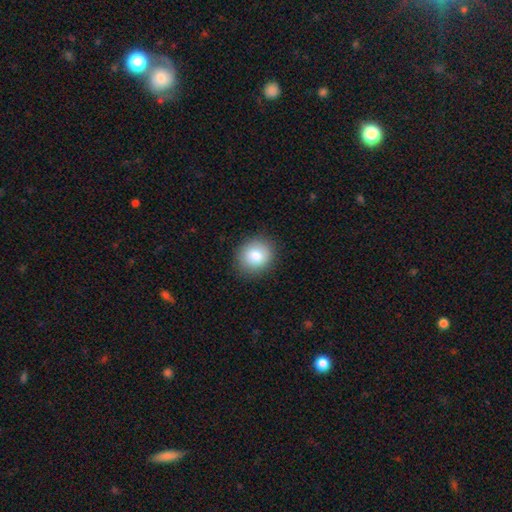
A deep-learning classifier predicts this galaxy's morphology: This appears to be a smooth galaxy with no disk features (83%) that is round (79%). Merging: none (88%).